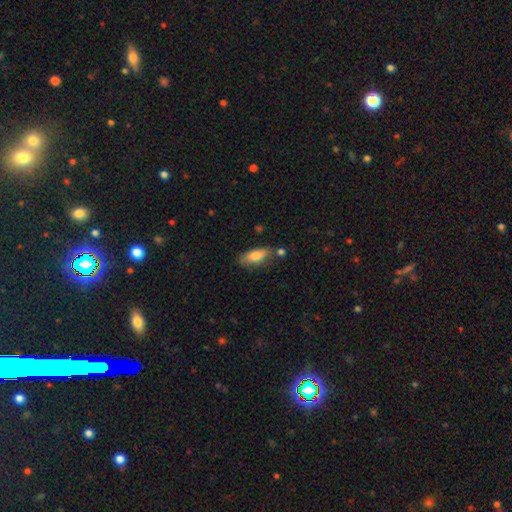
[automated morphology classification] Smooth or featured? smooth (76%)
How rounded? in between (73%)
Merging? none (64%)